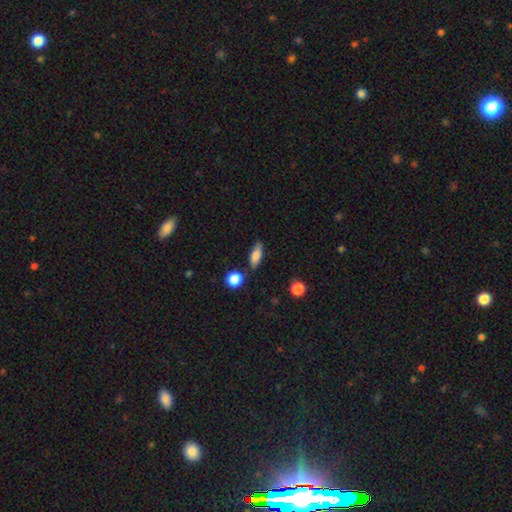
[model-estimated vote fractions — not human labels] Q: Smooth or featured?
A: smooth (77%); runner-up: featured or disk (15%)
Q: How rounded?
A: in between (66%); runner-up: cigar-shaped (28%)
Q: Merging?
A: none (74%); runner-up: minor disturbance (17%)